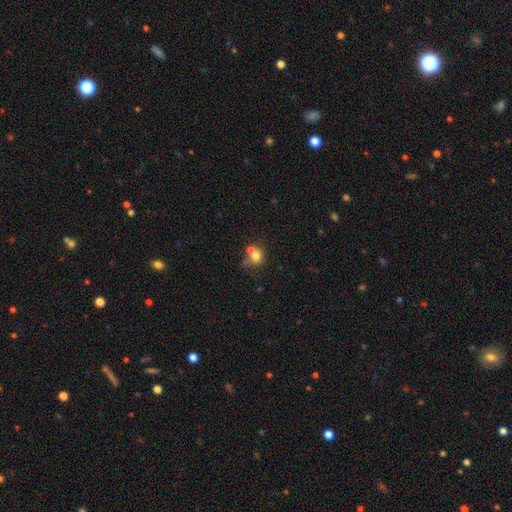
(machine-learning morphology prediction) Smooth or featured? Predicted: smooth (p=0.73). How rounded? Predicted: round (p=0.79). Merging? Predicted: merger (p=0.44).